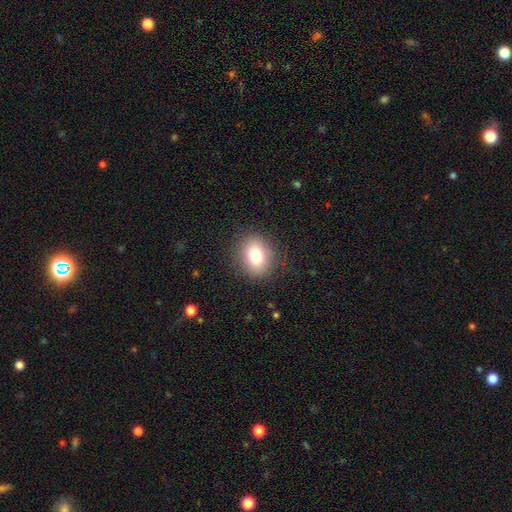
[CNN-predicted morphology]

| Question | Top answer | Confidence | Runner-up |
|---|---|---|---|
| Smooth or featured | smooth | 79% | featured or disk (10%) |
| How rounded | in between | 52% | round (47%) |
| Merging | none | 86% | minor disturbance (10%) |